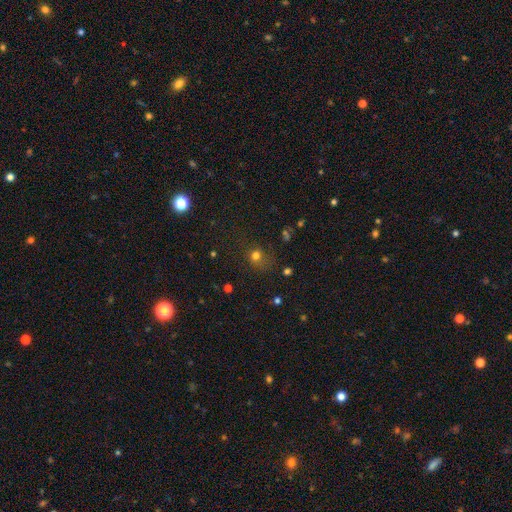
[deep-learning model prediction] This appears to be a smooth galaxy with no disk features (68%) that is round (78%). Merging: none (60%).